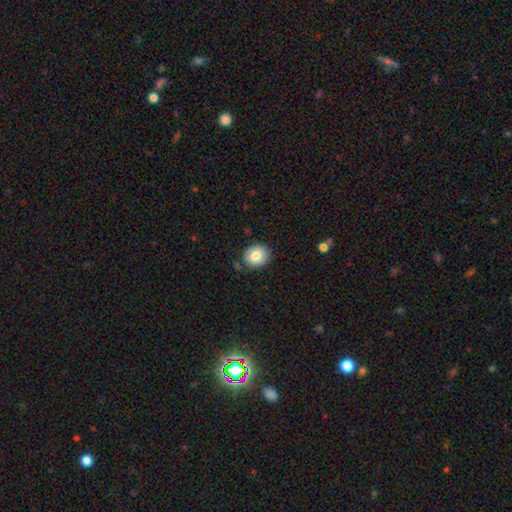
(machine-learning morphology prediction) Smooth or featured? smooth (82%)
How rounded? round (68%)
Merging? none (82%)